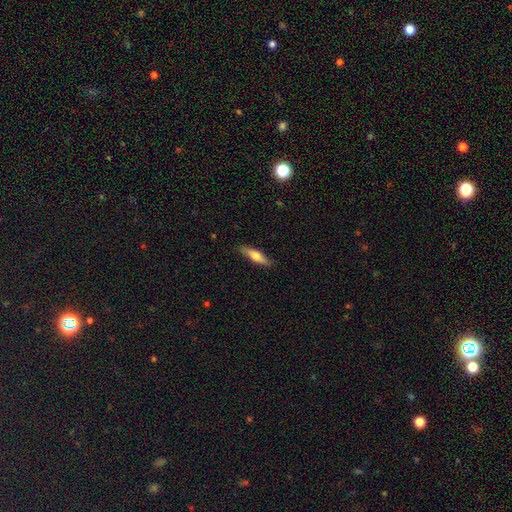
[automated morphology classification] Smooth or featured? Predicted: smooth (p=0.60). How rounded? Predicted: cigar-shaped (p=0.75). Merging? Predicted: none (p=0.84).